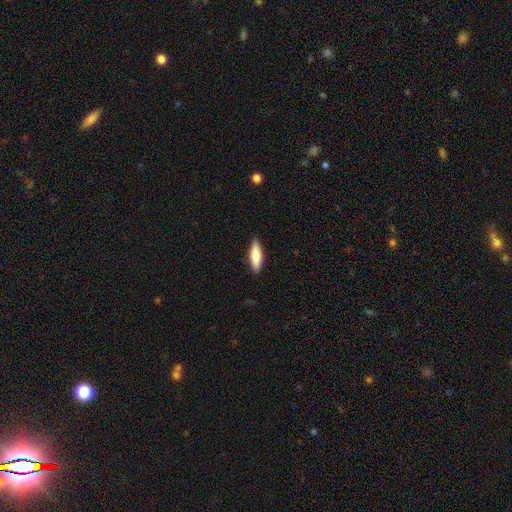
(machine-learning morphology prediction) Q: Smooth or featured?
A: smooth (84%); runner-up: featured or disk (10%)
Q: How rounded?
A: cigar-shaped (50%); runner-up: in between (48%)
Q: Merging?
A: none (89%); runner-up: minor disturbance (9%)